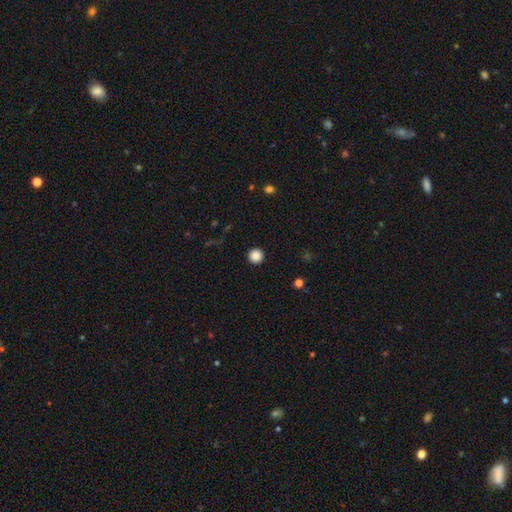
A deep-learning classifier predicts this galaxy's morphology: A smooth galaxy with no disk features (87%) that is round (96%). Merging: none (93%).